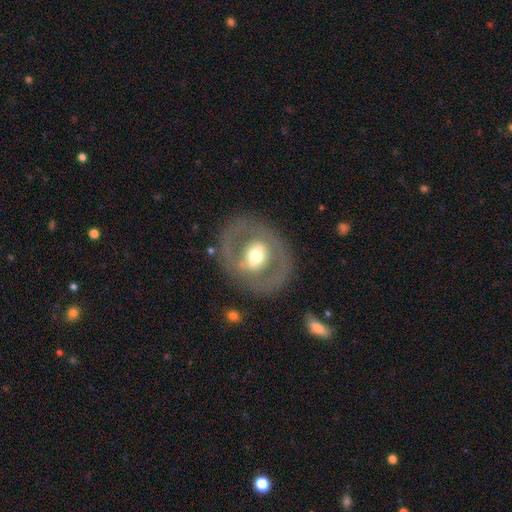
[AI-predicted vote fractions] A featured or disk galaxy (63%) with no bar (43%), no spiral arms (80%) and a moderate central bulge (63%).

Vote fractions:
- Smooth or featured? featured or disk: 63% / smooth: 31% / star or artifact: 6%
- Edge-on disk? no: 93% / yes: 7%
- Bar? no: 43% / weak: 29% / strong: 28%
- Spiral arms? no: 80% / yes: 20%
- Bulge size? moderate: 63% / large: 24% / small: 10% / dominant: 3% / none: 1%
- Merging? none: 79% / minor disturbance: 11% / major disturbance: 9% / merger: 2%